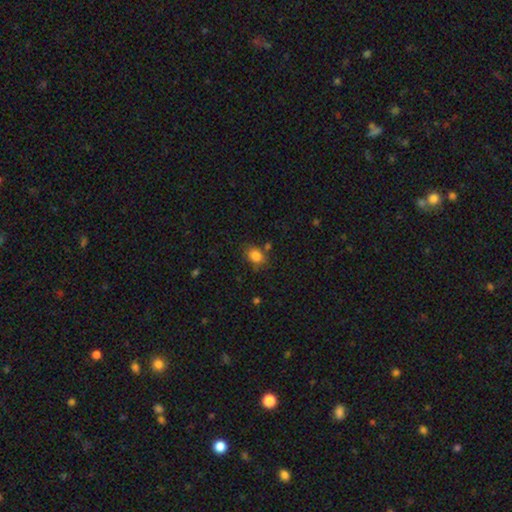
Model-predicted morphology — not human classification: smooth-or-featured: smooth: 84% | star or artifact: 11% | featured or disk: 5%
  how-rounded: in between: 54% | round: 45% | cigar-shaped: 1%
  merging: none: 70% | minor disturbance: 17% | merger: 8% | major disturbance: 5%